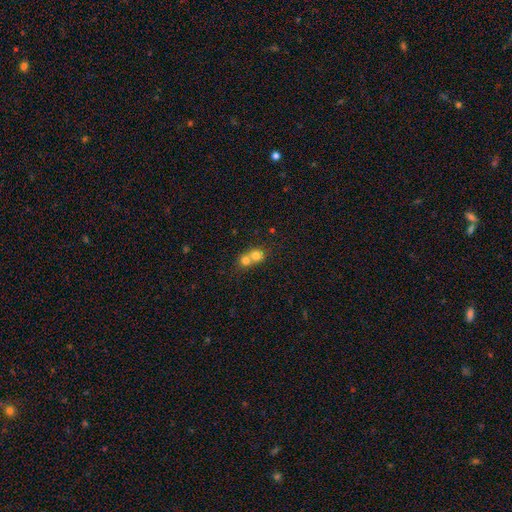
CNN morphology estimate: smooth 75%, featured or disk 14%, star or artifact 11%. Down the decision tree: how rounded — round (80%); merging — merger (68%).